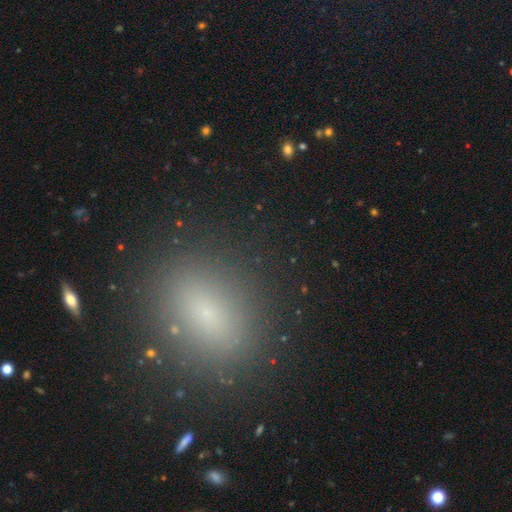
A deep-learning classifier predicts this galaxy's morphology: Overall: smooth (72%). How rounded: in between (70%). Merging: none (87%).